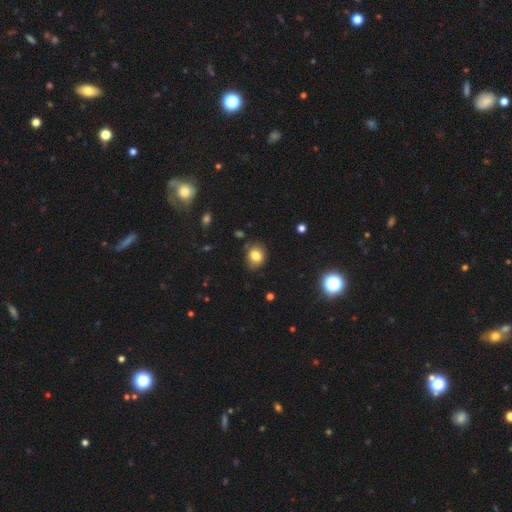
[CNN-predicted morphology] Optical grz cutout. It shows a smooth galaxy with no disk features (78%) that is round (61%). Merging: none (73%).